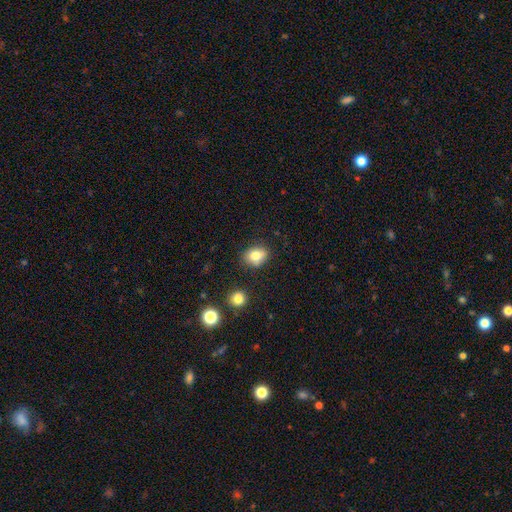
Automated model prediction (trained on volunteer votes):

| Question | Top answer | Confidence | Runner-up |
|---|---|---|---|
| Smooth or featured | smooth | 80% | featured or disk (10%) |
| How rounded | in between | 61% | round (38%) |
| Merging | none | 78% | minor disturbance (15%) |